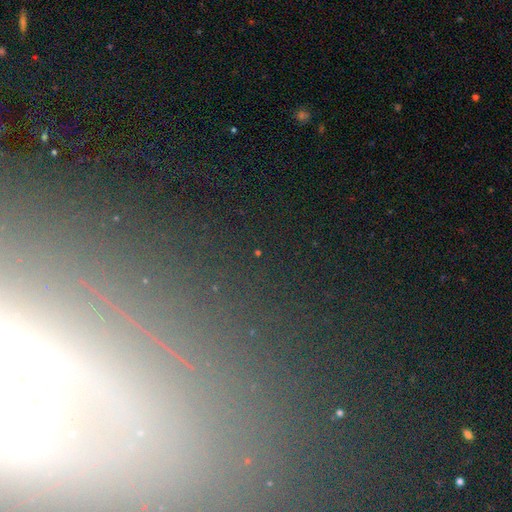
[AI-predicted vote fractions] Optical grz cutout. It shows a star or artifact, not a galaxy (65%).